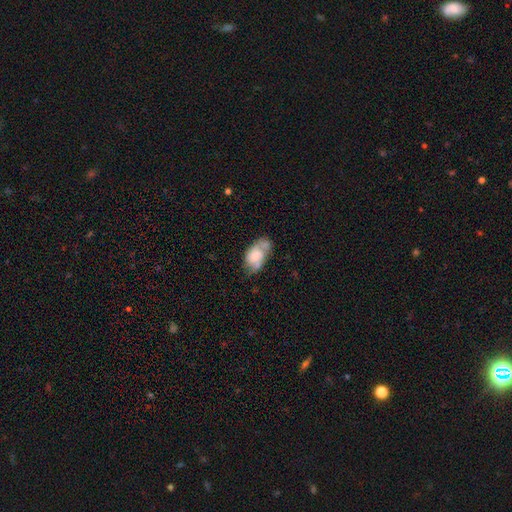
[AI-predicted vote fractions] A smooth galaxy with no disk features (54%) that is in between round and cigar-shaped (90%). Merging: none (37%).